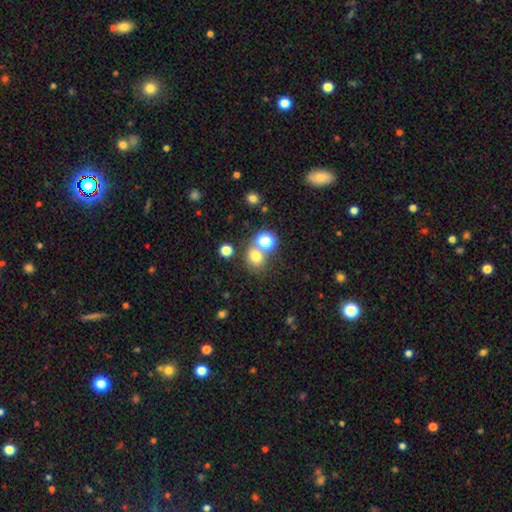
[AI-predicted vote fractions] Overall: smooth (70%). How rounded: round (74%). Merging: none (61%; merger 25%).